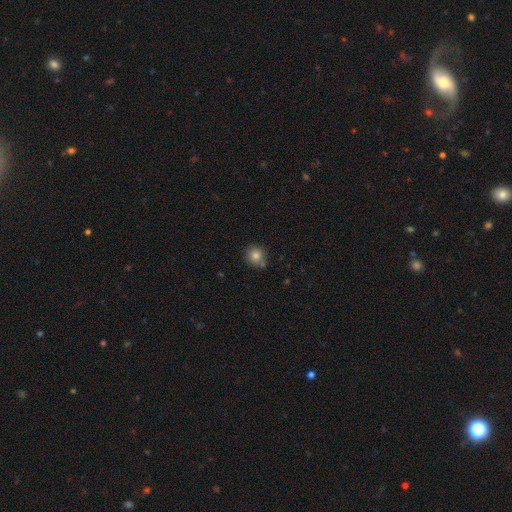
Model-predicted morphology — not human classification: Smooth or featured? smooth (81%)
How rounded? round (86%)
Merging? none (75%)